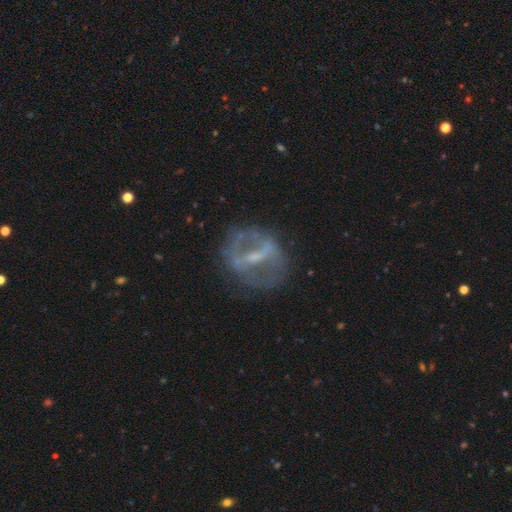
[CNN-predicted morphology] Overall: featured or disk (75%). Edge-on disk: no (88%). Bar: strong (63%; weak 26%). Spiral arms: no (67%; yes 33%). Bulge size: small (52%; moderate 24%). Merging: none (71%).